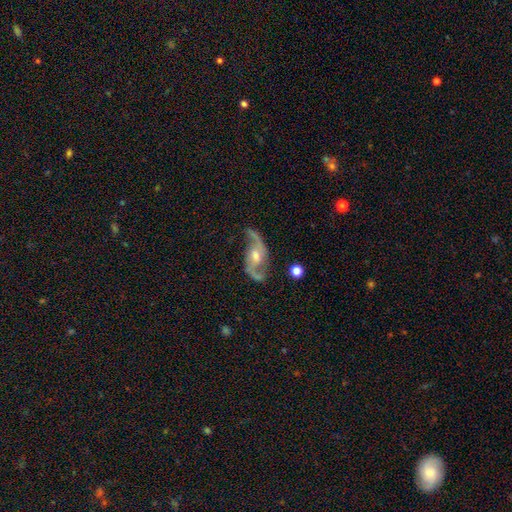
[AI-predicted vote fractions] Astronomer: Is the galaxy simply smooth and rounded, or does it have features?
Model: featured or disk — 90%.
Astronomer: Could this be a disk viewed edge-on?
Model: no — 96%.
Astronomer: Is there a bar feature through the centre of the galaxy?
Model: no — 55% (runner-up: weak, 34%).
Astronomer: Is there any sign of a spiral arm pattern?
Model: yes — 97%.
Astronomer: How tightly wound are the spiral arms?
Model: loose — 60%.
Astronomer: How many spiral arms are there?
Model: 2 — 93%.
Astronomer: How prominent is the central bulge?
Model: moderate — 64%.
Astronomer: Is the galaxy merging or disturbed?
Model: none — 73%.